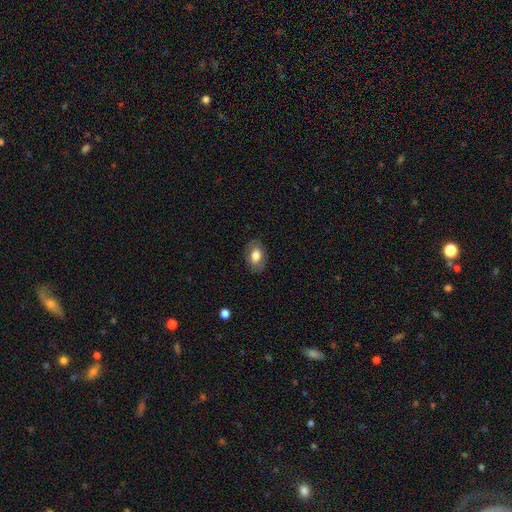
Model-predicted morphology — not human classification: type=smooth (74%); roundness=in between (85%); merging=none (82%).